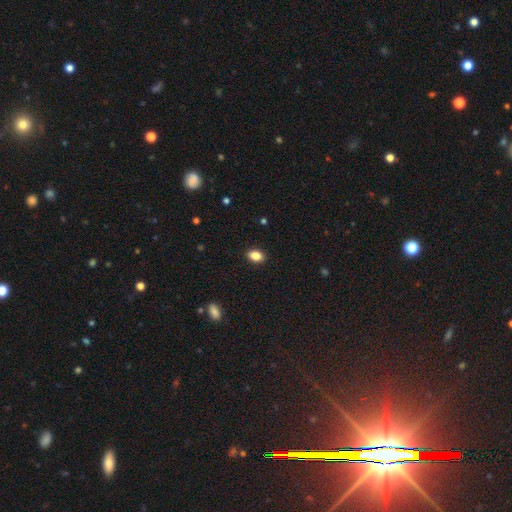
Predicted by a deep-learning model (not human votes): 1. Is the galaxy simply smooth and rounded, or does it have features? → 86% smooth, 9% star or artifact, 5% featured or disk.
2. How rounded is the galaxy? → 84% in between, 14% round, 2% cigar-shaped.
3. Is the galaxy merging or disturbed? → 90% none, 7% minor disturbance, 2% major disturbance, 1% merger.